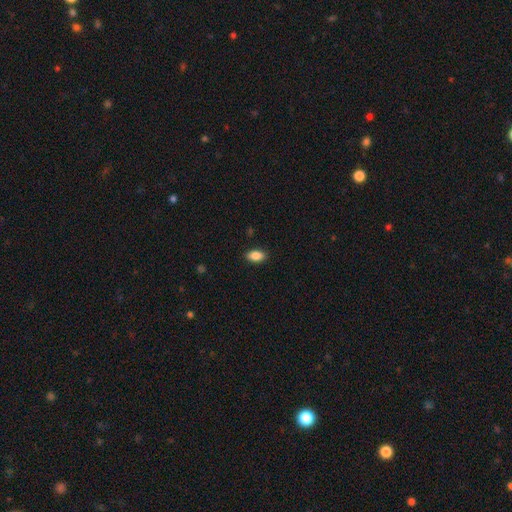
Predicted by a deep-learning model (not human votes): Smooth or featured? smooth (87%)
How rounded? in between (91%)
Merging? none (88%)